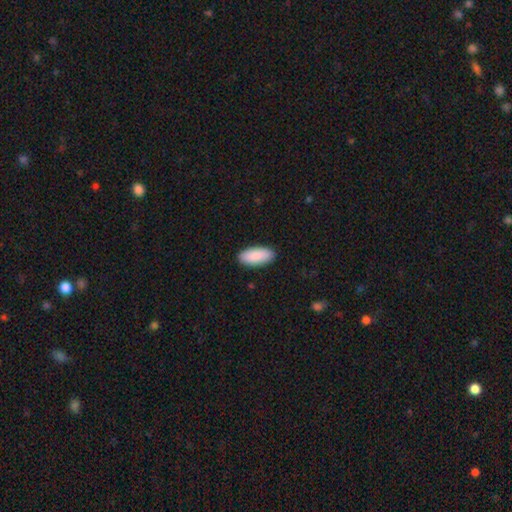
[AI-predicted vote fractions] Smooth or featured: smooth — 90% (star or artifact — 5%)
How rounded: in between — 88% (cigar-shaped — 10%)
Merging: none — 90% (minor disturbance — 8%)